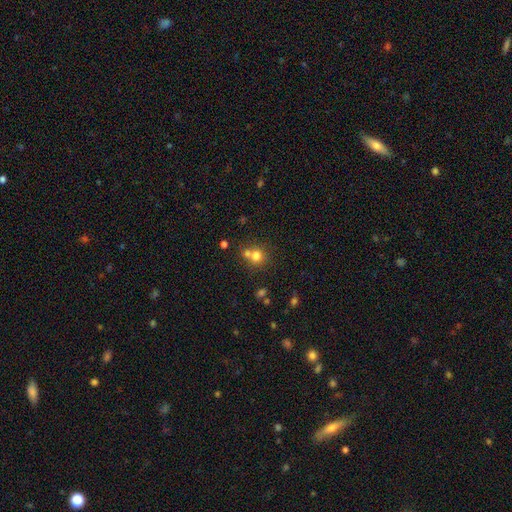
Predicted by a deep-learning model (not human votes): Morphology: type=smooth (75%); roundness=round (86%); merging=none (51%).